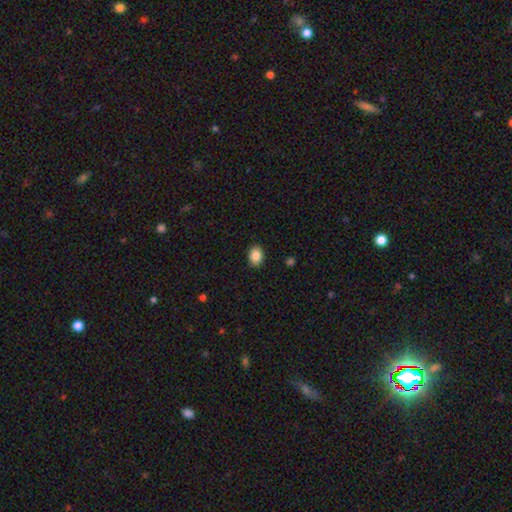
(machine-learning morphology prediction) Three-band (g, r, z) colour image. It shows a smooth galaxy with no disk features (87%) that is in between round and cigar-shaped (74%). Merging: none (89%).